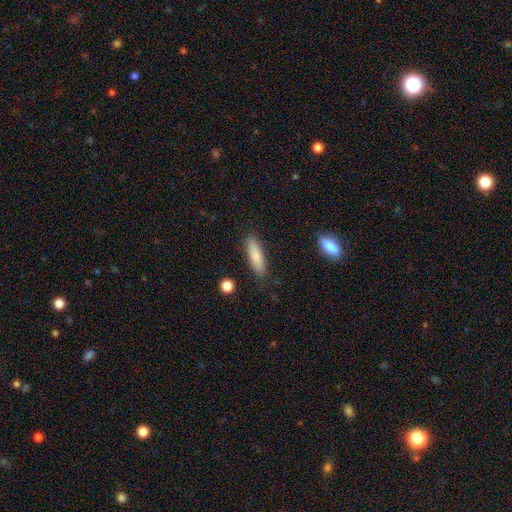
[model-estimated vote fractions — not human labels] A smooth galaxy with no disk features (82%) that is cigar-shaped (64%).

Vote fractions:
- Smooth or featured? smooth: 82% / featured or disk: 11% / star or artifact: 6%
- How rounded? cigar-shaped: 64% / in between: 34% / round: 2%
- Merging? none: 86% / minor disturbance: 10% / major disturbance: 2% / merger: 2%